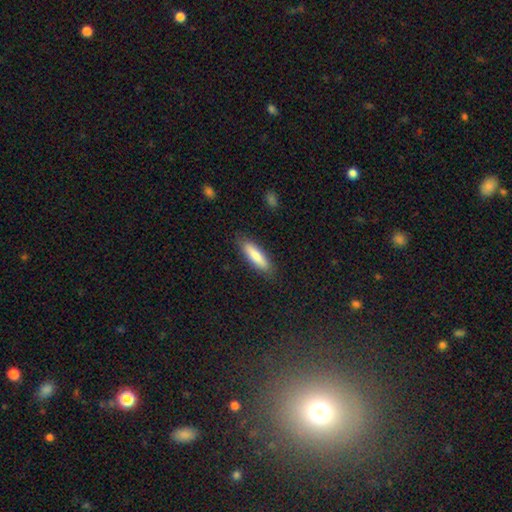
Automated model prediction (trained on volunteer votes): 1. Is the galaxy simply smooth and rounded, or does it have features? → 81% smooth, 13% featured or disk, 6% star or artifact.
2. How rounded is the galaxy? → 63% cigar-shaped, 35% in between, 1% round.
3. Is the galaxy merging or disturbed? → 86% none, 11% minor disturbance, 2% major disturbance, 1% merger.